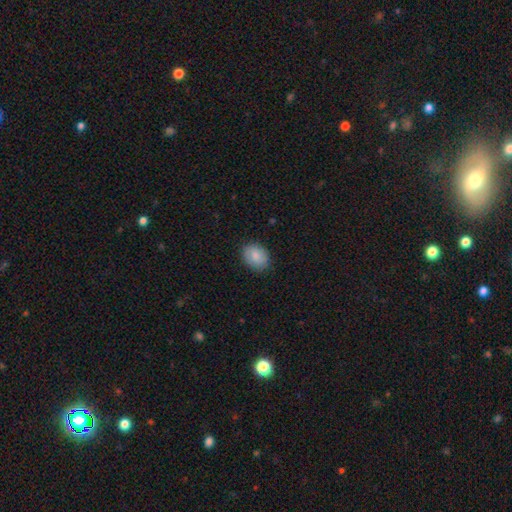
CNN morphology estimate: smooth 83%, featured or disk 10%, star or artifact 7%. Down the decision tree: how rounded — in between (64%); merging — none (85%).